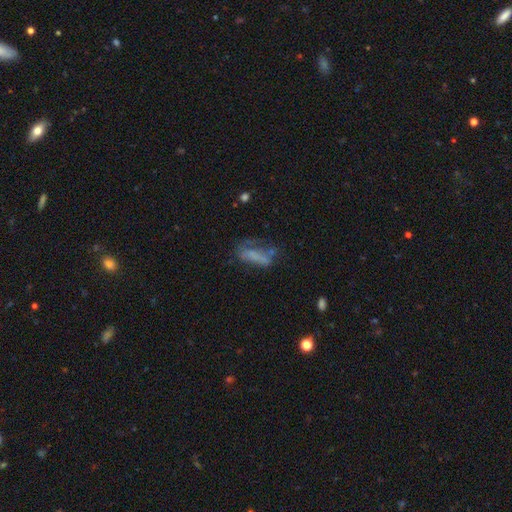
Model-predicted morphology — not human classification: Smooth or featured? smooth (52%)
How rounded? in between (57%)
Merging? none (35%)